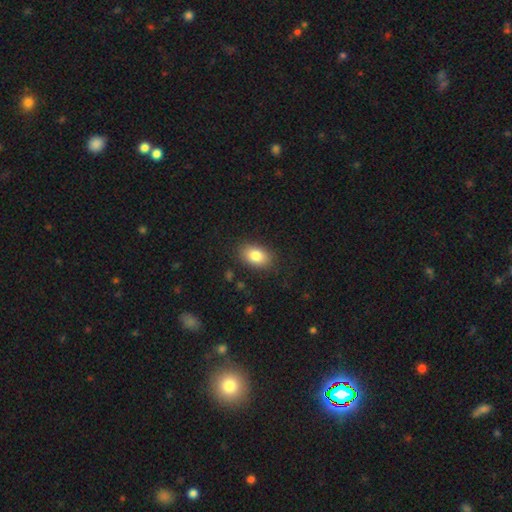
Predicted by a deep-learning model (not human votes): Q: Smooth or featured?
A: smooth (83%); runner-up: featured or disk (9%)
Q: How rounded?
A: in between (85%); runner-up: round (13%)
Q: Merging?
A: none (86%); runner-up: minor disturbance (10%)